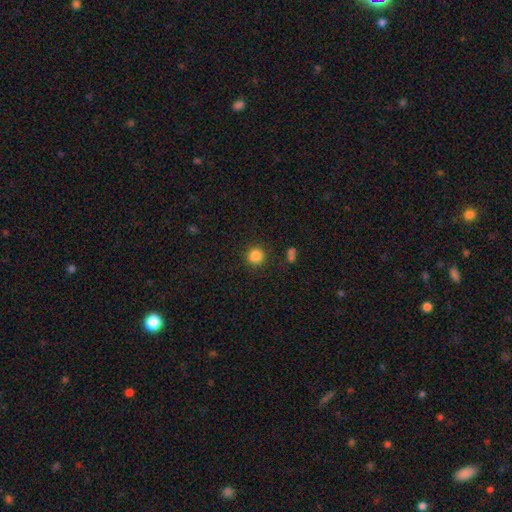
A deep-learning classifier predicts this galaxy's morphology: smooth 85%, star or artifact 11%, featured or disk 4%. Down the decision tree: how rounded — round (91%); merging — none (88%).